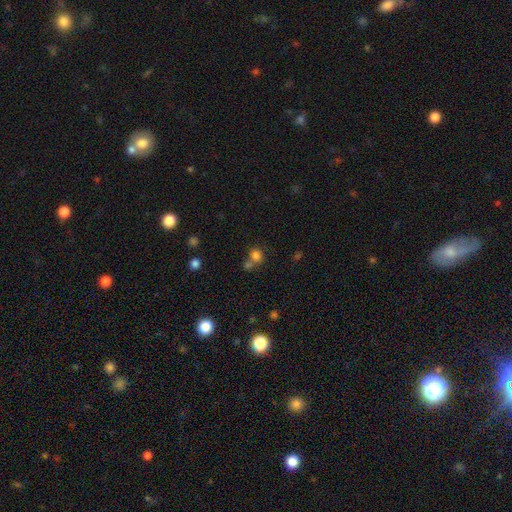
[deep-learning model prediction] This is likely a smooth galaxy (78%). How rounded: likely round (80%). Merging: possibly none (51%).